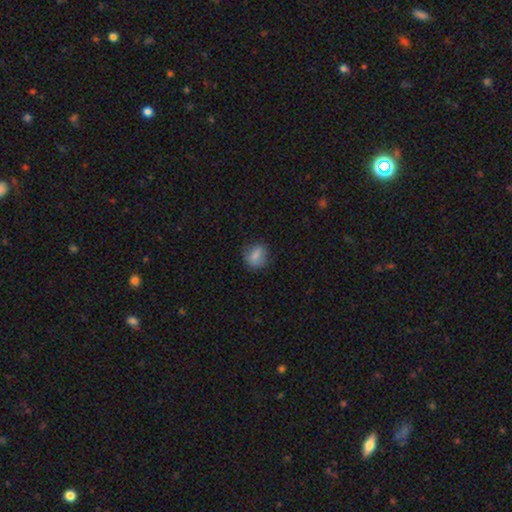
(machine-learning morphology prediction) smooth_or_featured: smooth (p=0.82) [alt: star or artifact p=0.09]
how_rounded: round (p=0.56) [alt: in between p=0.42]
merging: none (p=0.77) [alt: minor disturbance p=0.17]